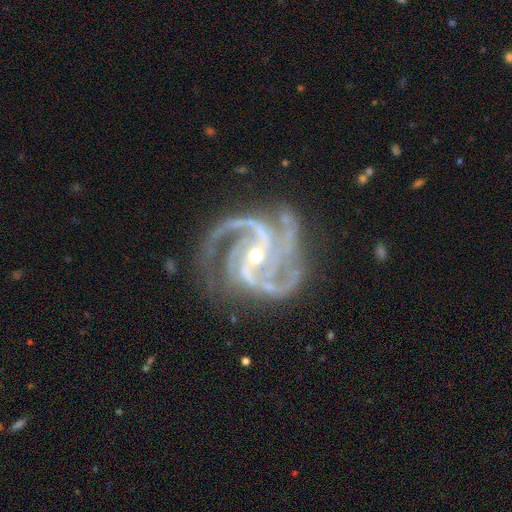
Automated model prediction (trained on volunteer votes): A featured or disk galaxy (93%) with no bar (37%), 3 (46%) medium (53%) spiral arms (99%) and a small central bulge (54%). Merging: none (63%).